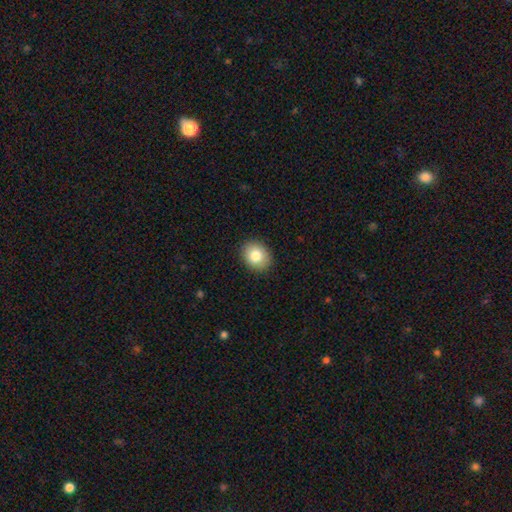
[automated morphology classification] type=smooth (82%); roundness=round (59%); merging=none (90%).